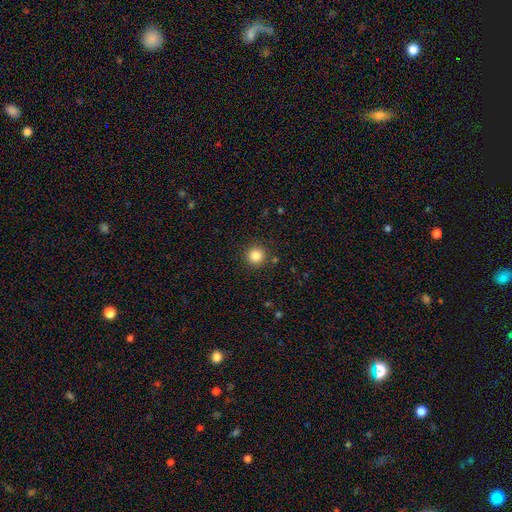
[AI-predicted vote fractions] smooth_or_featured: smooth (p=0.84) [alt: star or artifact p=0.11]
how_rounded: round (p=0.95) [alt: in between p=0.04]
merging: none (p=0.90) [alt: minor disturbance p=0.06]